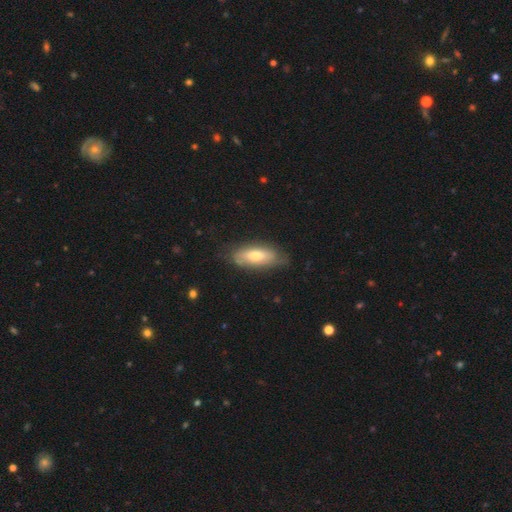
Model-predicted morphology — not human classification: Overall: smooth (60%; featured or disk 34%). How rounded: in between (76%). Merging: none (71%).